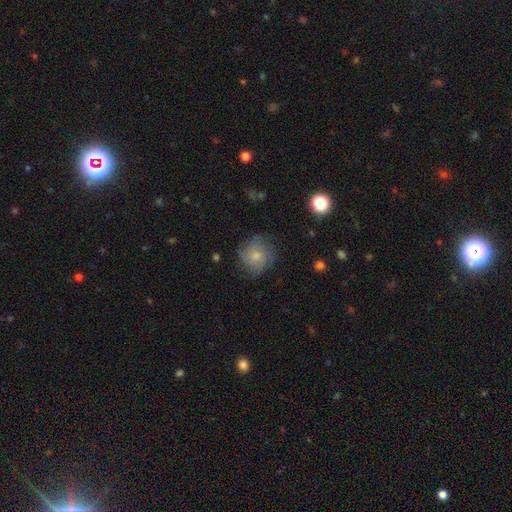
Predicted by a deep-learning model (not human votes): A smooth galaxy with no disk features (56%) that is round (86%). Merging: none (69%).